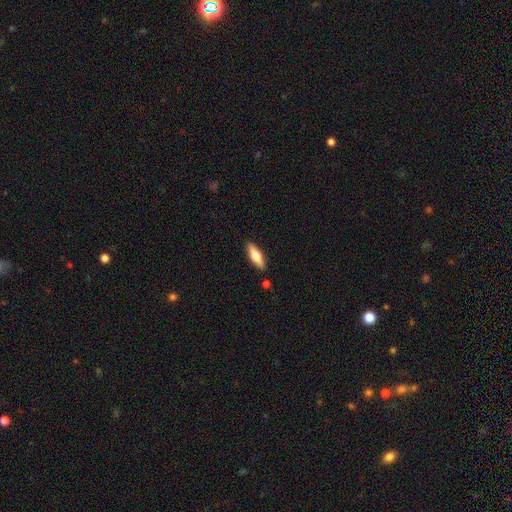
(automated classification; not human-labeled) This is possibly a smooth galaxy (52%). How rounded: possibly cigar-shaped (55%). Merging: clearly none (87%).